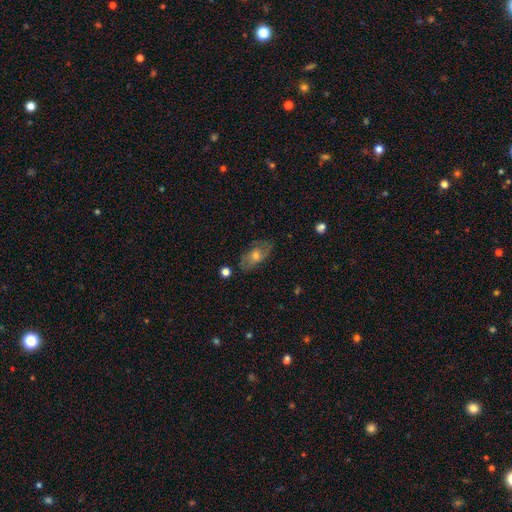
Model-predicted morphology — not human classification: Overall: featured or disk (51%; smooth 39%). Edge-on disk: no (86%). Merging: none (75%).